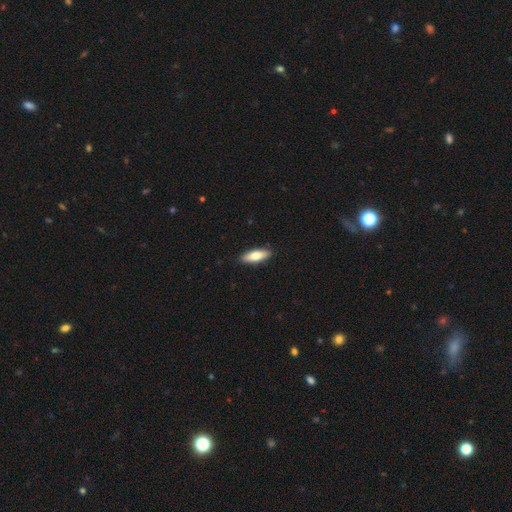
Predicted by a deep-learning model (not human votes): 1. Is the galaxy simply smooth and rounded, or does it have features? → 75% smooth, 20% featured or disk, 5% star or artifact.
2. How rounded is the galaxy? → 56% in between, 42% cigar-shaped, 2% round.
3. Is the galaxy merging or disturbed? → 89% none, 8% minor disturbance, 2% major disturbance, 1% merger.